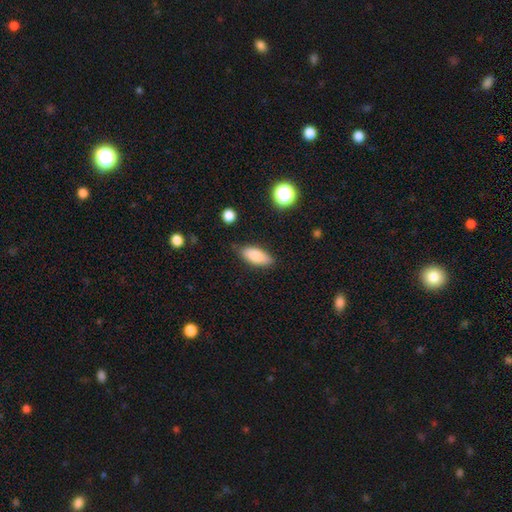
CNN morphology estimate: A smooth galaxy with no disk features (83%) that is in between round and cigar-shaped (81%).

Vote fractions:
- Smooth or featured? smooth: 83% / featured or disk: 10% / star or artifact: 8%
- How rounded? in between: 81% / cigar-shaped: 16% / round: 3%
- Merging? none: 80% / minor disturbance: 15% / major disturbance: 3% / merger: 2%